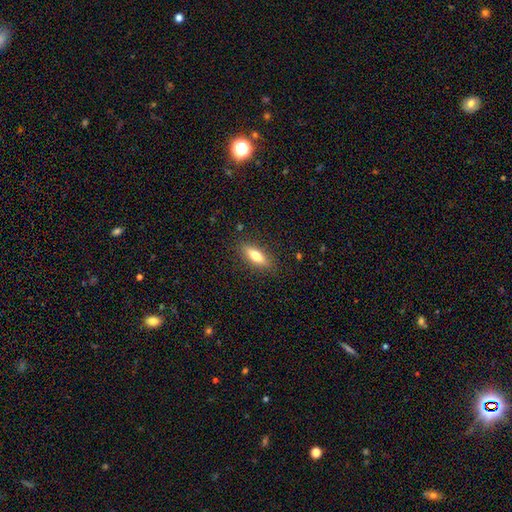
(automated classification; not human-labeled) Q: Smooth or featured?
A: smooth (66%); runner-up: featured or disk (27%)
Q: How rounded?
A: in between (53%); runner-up: cigar-shaped (45%)
Q: Merging?
A: none (86%); runner-up: minor disturbance (10%)